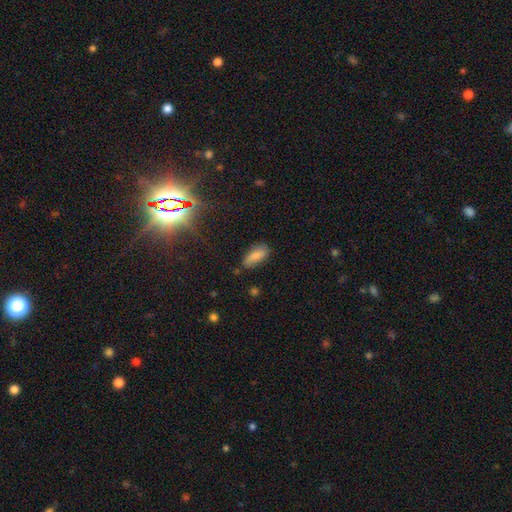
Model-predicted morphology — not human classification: A smooth galaxy with no disk features (80%) that is in between round and cigar-shaped (77%). Merging: none (74%).